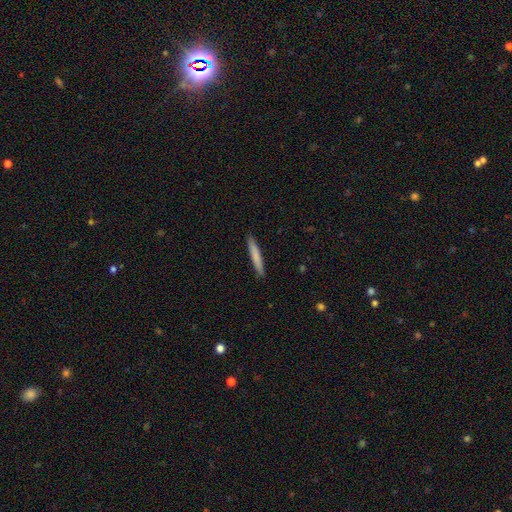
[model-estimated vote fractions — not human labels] A smooth galaxy with no disk features (77%) that is cigar-shaped (95%).

Vote fractions:
- Smooth or featured? smooth: 77% / featured or disk: 18% / star or artifact: 5%
- How rounded? cigar-shaped: 95% / in between: 3% / round: 1%
- Merging? none: 91% / minor disturbance: 6% / major disturbance: 1% / merger: 1%